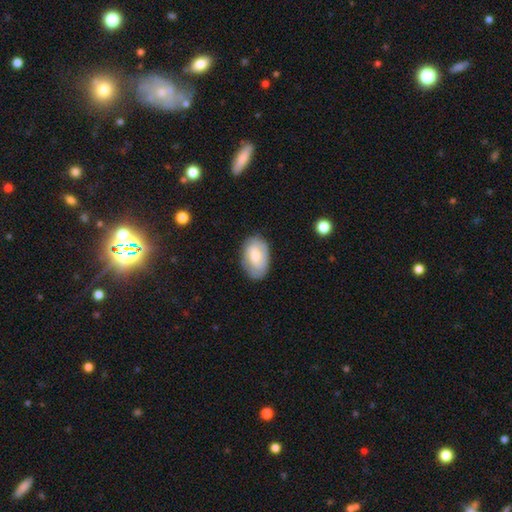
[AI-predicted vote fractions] Smooth or featured? smooth (57%)
How rounded? in between (91%)
Merging? none (77%)